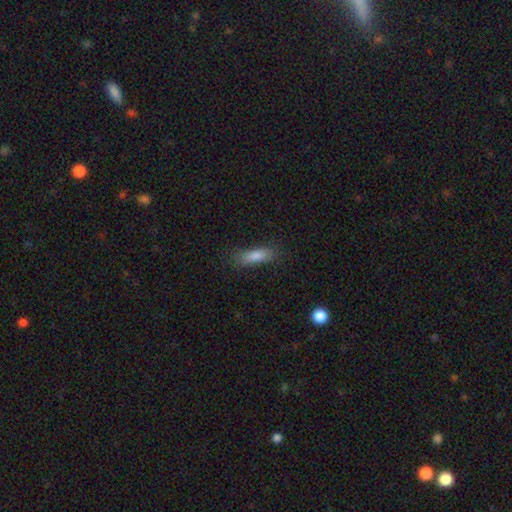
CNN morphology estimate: A smooth galaxy with no disk features (81%) that is in between round and cigar-shaped (52%).

Vote fractions:
- Smooth or featured? smooth: 81% / featured or disk: 10% / star or artifact: 8%
- How rounded? in between: 52% / cigar-shaped: 45% / round: 3%
- Merging? none: 77% / minor disturbance: 16% / major disturbance: 5% / merger: 1%